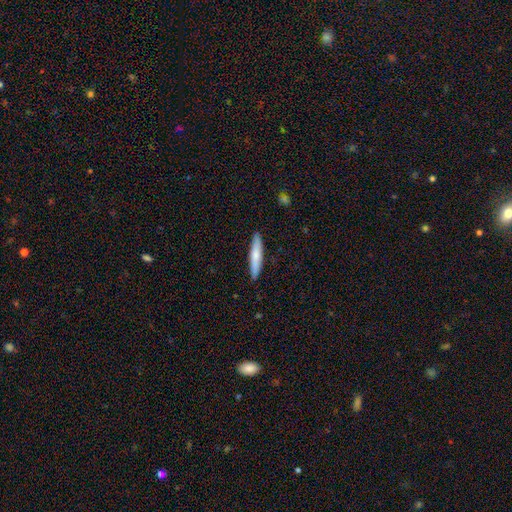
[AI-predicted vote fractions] Overall: smooth (70%). How rounded: cigar-shaped (91%). Merging: none (90%).